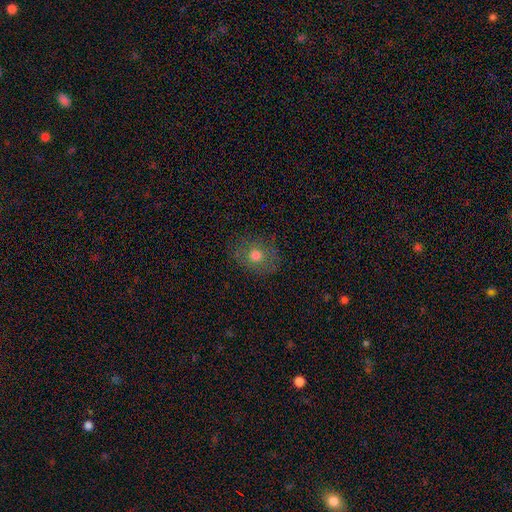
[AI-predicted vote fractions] A smooth galaxy with no disk features (63%) that is round (67%).

Vote fractions:
- Smooth or featured? smooth: 63% / featured or disk: 20% / star or artifact: 17%
- How rounded? round: 67% / in between: 32% / cigar-shaped: 1%
- Merging? none: 85% / minor disturbance: 11% / major disturbance: 3% / merger: 1%